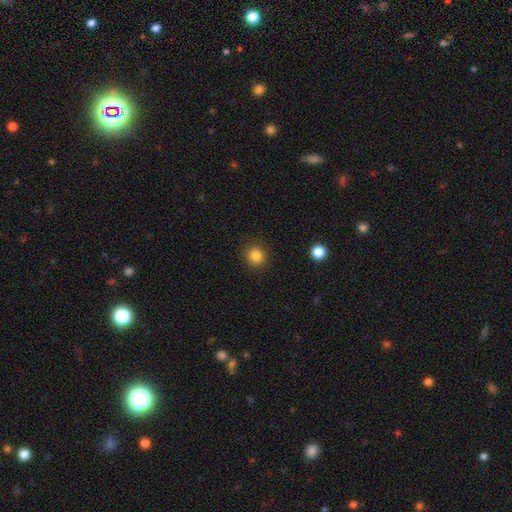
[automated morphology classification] Smooth or featured: smooth — 85% (star or artifact — 11%)
How rounded: round — 88% (in between — 11%)
Merging: none — 89% (minor disturbance — 7%)